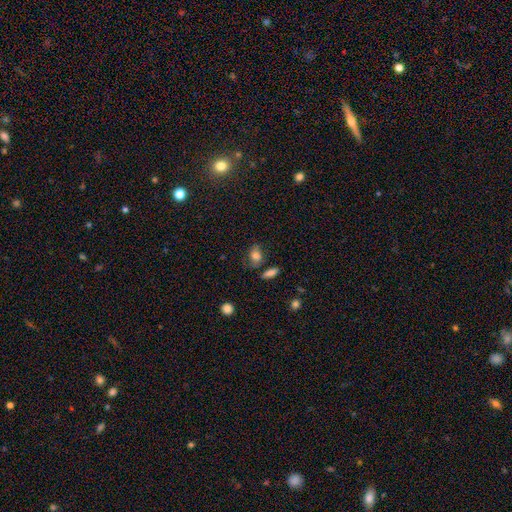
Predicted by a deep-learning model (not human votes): This is likely a smooth galaxy (79%). How rounded: likely in between (74%). Merging: likely none (63%).